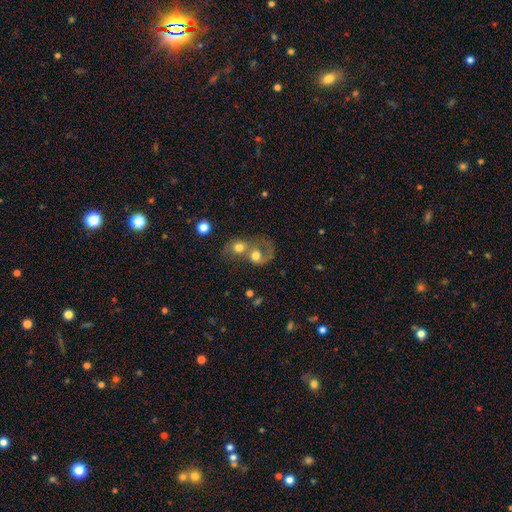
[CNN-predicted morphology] smooth_or_featured: smooth (p=0.54) [alt: featured or disk p=0.35]
how_rounded: round (p=0.66) [alt: in between p=0.33]
merging: merger (p=0.77) [alt: none p=0.10]